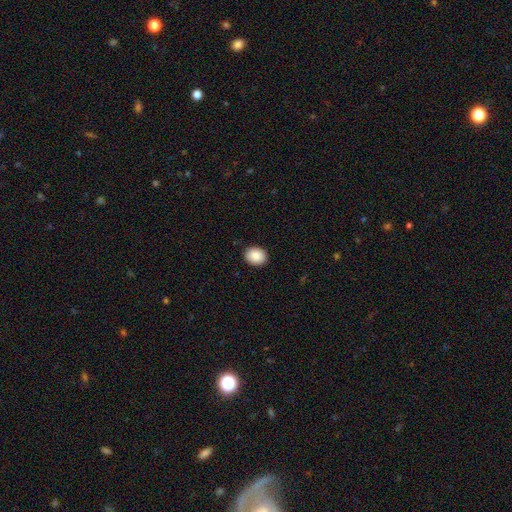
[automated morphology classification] Q: Smooth or featured?
A: smooth (88%); runner-up: star or artifact (8%)
Q: How rounded?
A: round (57%); runner-up: in between (42%)
Q: Merging?
A: none (90%); runner-up: minor disturbance (7%)